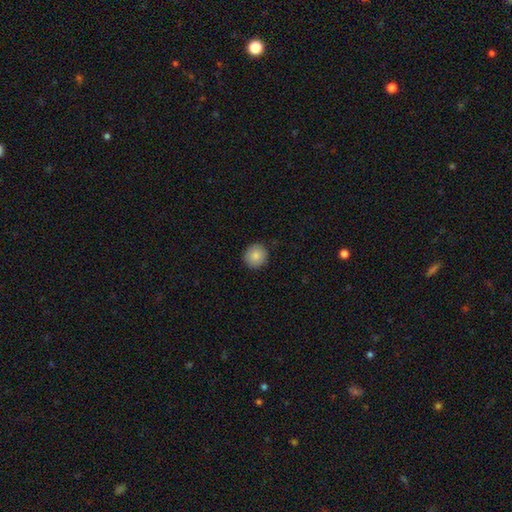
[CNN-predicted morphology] Smooth or featured: smooth — 85% (star or artifact — 8%)
How rounded: round — 91% (in between — 8%)
Merging: none — 90% (minor disturbance — 7%)